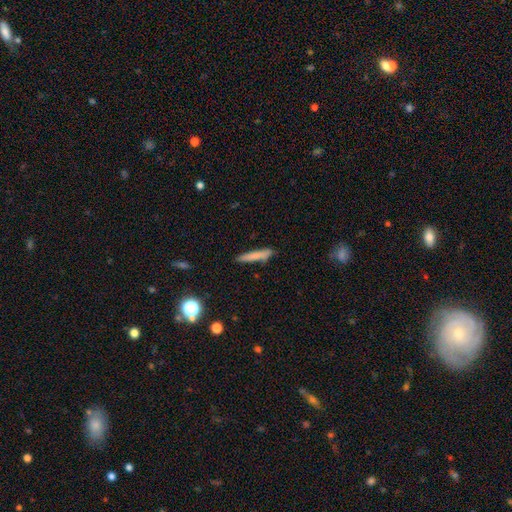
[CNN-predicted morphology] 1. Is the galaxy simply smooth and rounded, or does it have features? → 76% smooth, 16% featured or disk, 8% star or artifact.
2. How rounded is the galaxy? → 92% cigar-shaped, 6% in between, 2% round.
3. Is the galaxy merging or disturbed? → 82% none, 13% minor disturbance, 2% major disturbance, 2% merger.